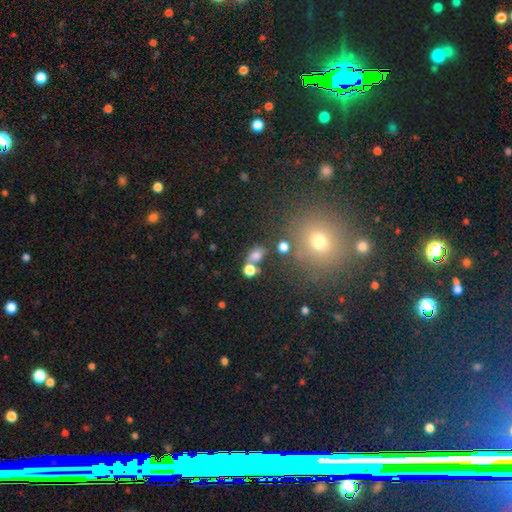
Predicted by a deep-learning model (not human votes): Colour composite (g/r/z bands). It shows a smooth galaxy with no disk features (72%) that is in between round and cigar-shaped (66%). Merging: none (54%).